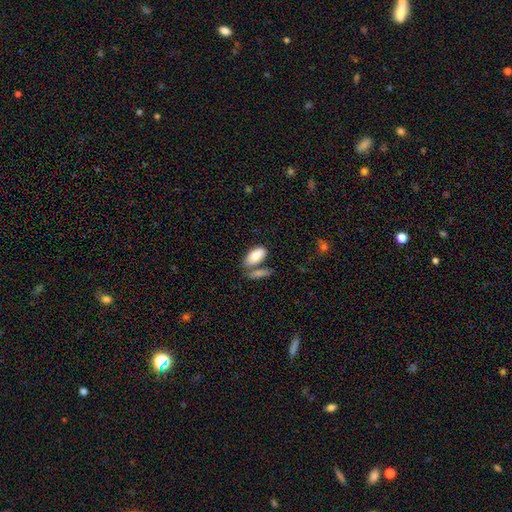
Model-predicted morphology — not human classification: Smooth or featured? Predicted: smooth (p=0.82). How rounded? Predicted: in between (p=0.92). Merging? Predicted: none (p=0.50).